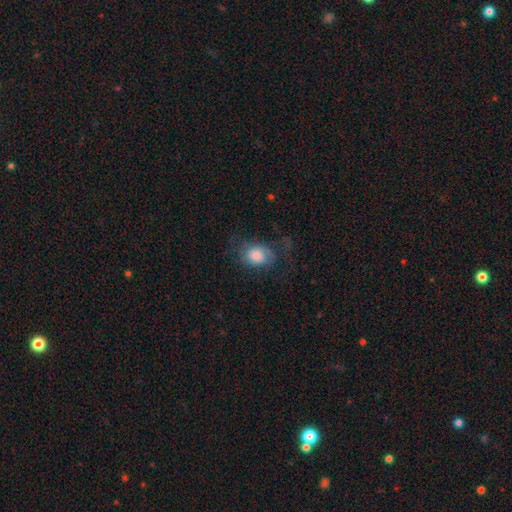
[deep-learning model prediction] smooth_or_featured: smooth (p=0.51) [alt: featured or disk p=0.39]
how_rounded: in between (p=0.59) [alt: round p=0.39]
merging: none (p=0.51) [alt: major disturbance p=0.26]